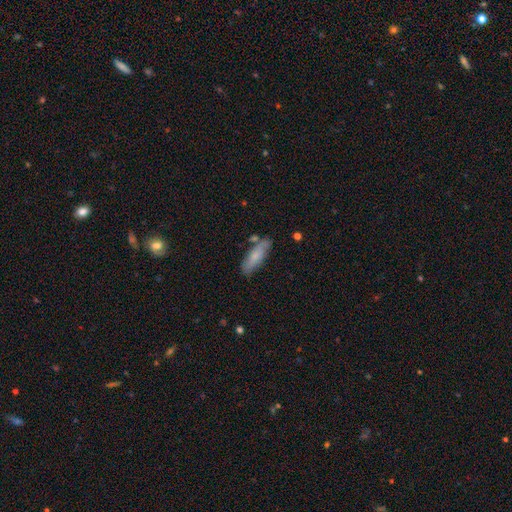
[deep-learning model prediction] Overall: smooth (72%). How rounded: in between (50%; cigar-shaped 48%). Merging: none (72%).